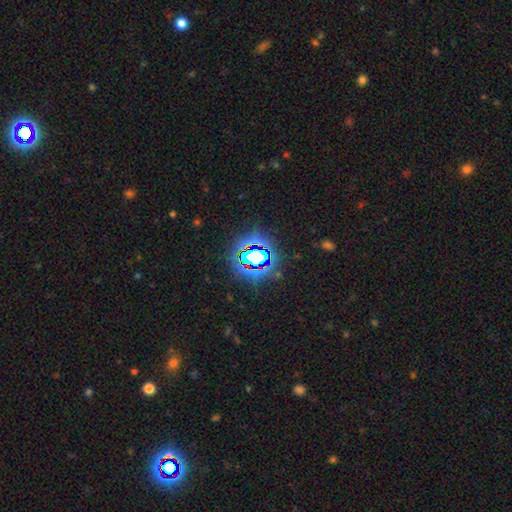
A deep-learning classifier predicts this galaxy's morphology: Smooth or featured: star or artifact — 72% (smooth — 17%)